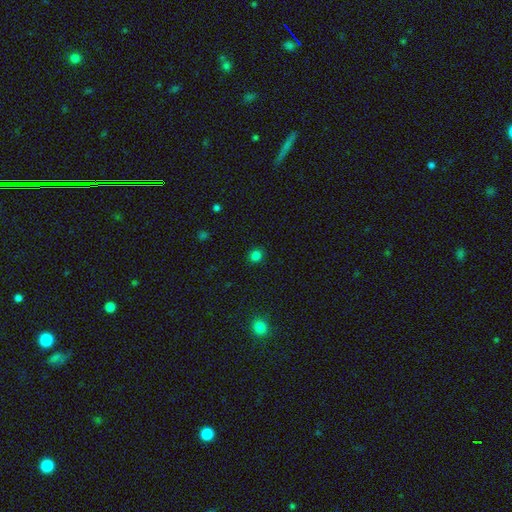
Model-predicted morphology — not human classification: This is clearly a smooth galaxy (81%). How rounded: clearly round (87%). Merging: clearly none (90%).